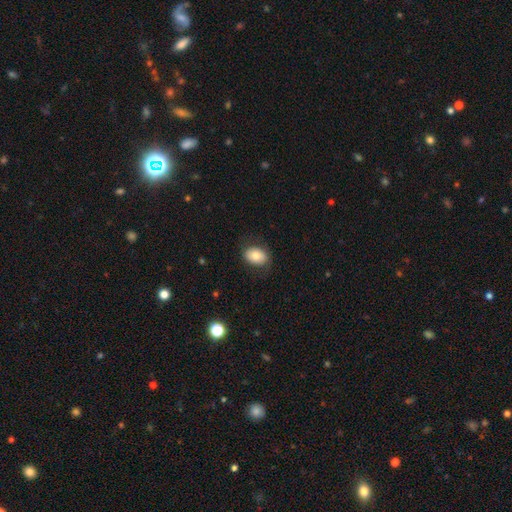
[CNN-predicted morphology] smooth-or-featured: smooth: 79% | featured or disk: 13% | star or artifact: 8%
  how-rounded: in between: 75% | round: 24% | cigar-shaped: 1%
  merging: none: 80% | minor disturbance: 14% | major disturbance: 5% | merger: 1%